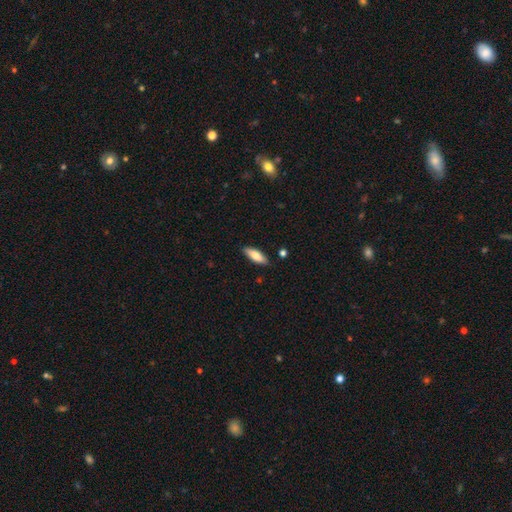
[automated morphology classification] Smooth or featured? Predicted: smooth (p=0.77). How rounded? Predicted: in between (p=0.59). Merging? Predicted: none (p=0.86).